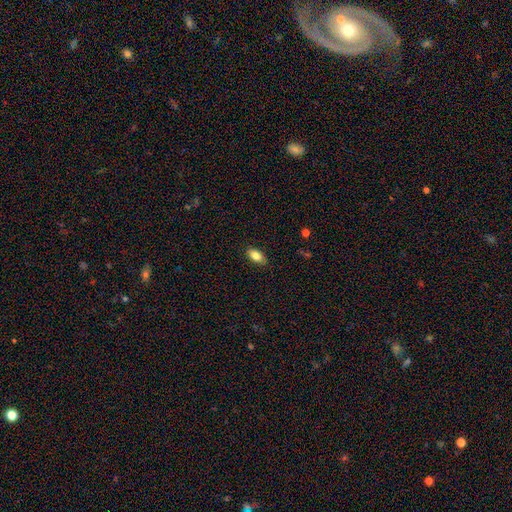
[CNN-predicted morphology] The model was most divided on "smooth or featured": smooth: 84%, featured or disk: 9%, star or artifact: 7%. More confident: how rounded — in between (89%); merging — none (87%).